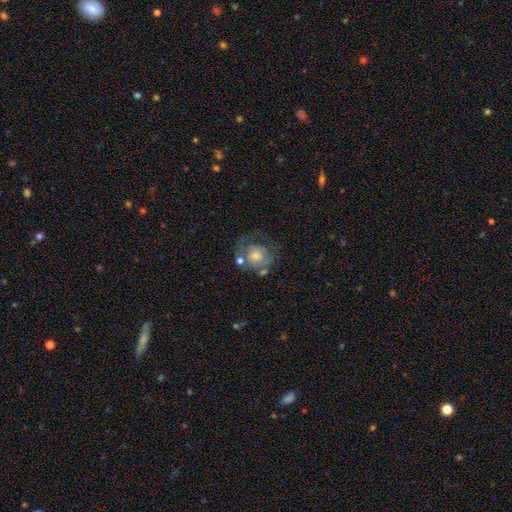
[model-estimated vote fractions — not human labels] Overall: featured or disk (55%; smooth 35%). Edge-on disk: no (97%). Bar: no (81%). Spiral arms: yes (69%; no 31%). Bulge size: moderate (57%; small 21%). Merging: none (48%; major disturbance 23%).